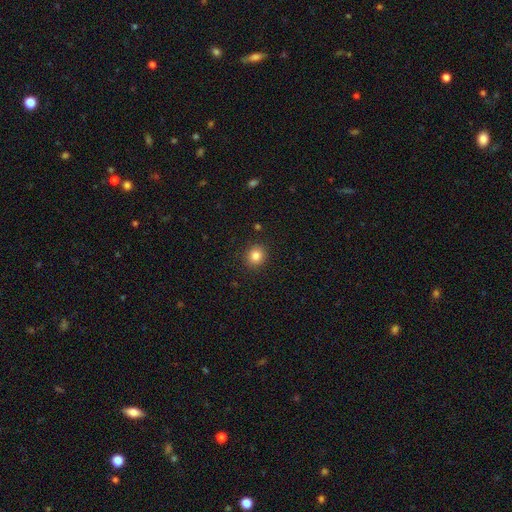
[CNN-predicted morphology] Smooth or featured: smooth — 84% (star or artifact — 11%)
How rounded: round — 84% (in between — 15%)
Merging: none — 91% (minor disturbance — 6%)